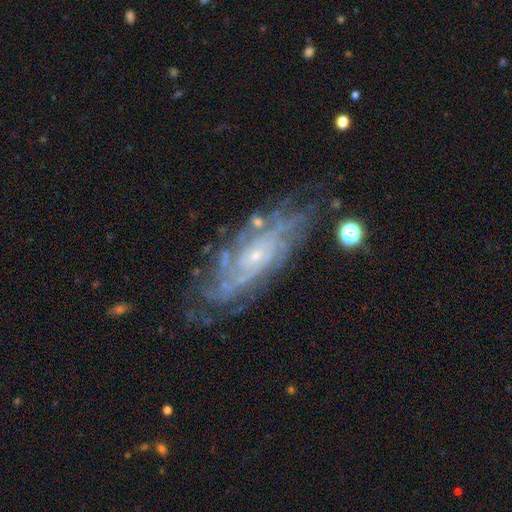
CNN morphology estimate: A featured or disk galaxy (86%) with no bar (74%), tight (70%) spiral arms (95%) and a small central bulge (84%). Merging: none (73%).